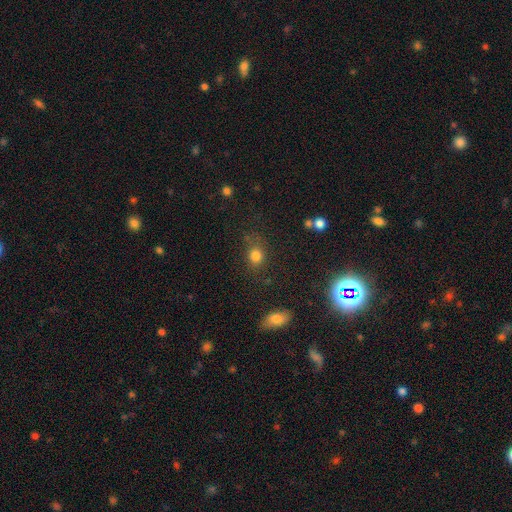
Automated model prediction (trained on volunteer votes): smooth_or_featured: smooth (p=0.78) [alt: star or artifact p=0.15]
how_rounded: round (p=0.65) [alt: in between p=0.34]
merging: none (p=0.71) [alt: minor disturbance p=0.17]